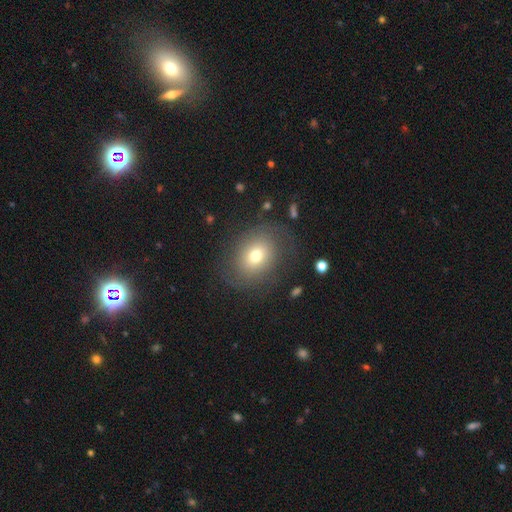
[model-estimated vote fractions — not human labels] Q: Smooth or featured?
A: smooth (66%); runner-up: featured or disk (21%)
Q: How rounded?
A: round (51%); runner-up: in between (48%)
Q: Merging?
A: none (72%); runner-up: minor disturbance (15%)